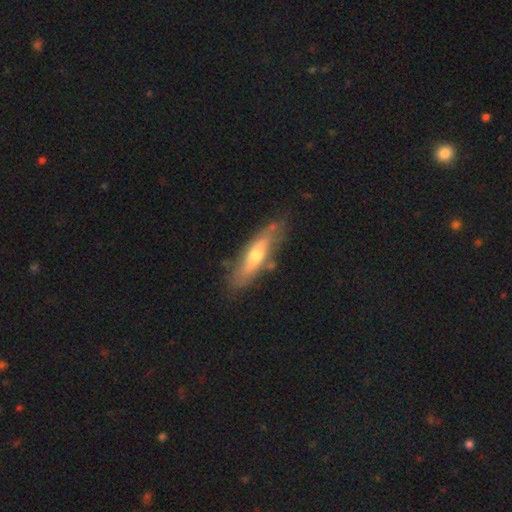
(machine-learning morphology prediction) This appears to be a featured or disk galaxy (52%) viewed edge-on (56%). Merging: none (72%).